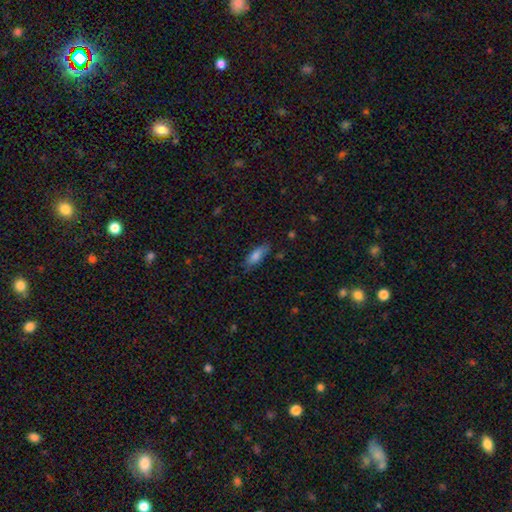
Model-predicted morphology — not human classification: A smooth galaxy with no disk features (77%) that is in between round and cigar-shaped (68%). Merging: none (71%).